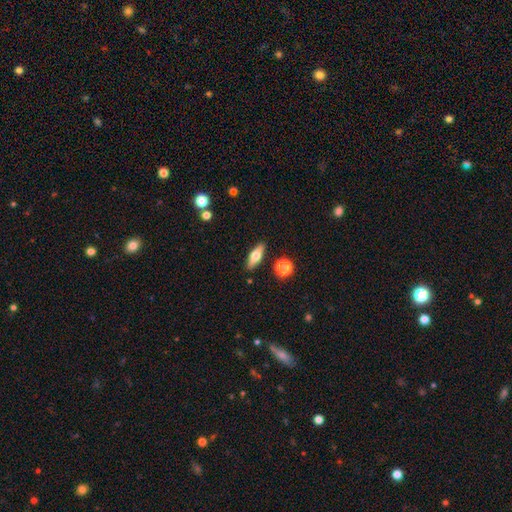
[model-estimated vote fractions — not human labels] Q: Smooth or featured?
A: smooth (51%); runner-up: featured or disk (42%)
Q: How rounded?
A: in between (49%); runner-up: cigar-shaped (46%)
Q: Merging?
A: none (88%); runner-up: minor disturbance (8%)